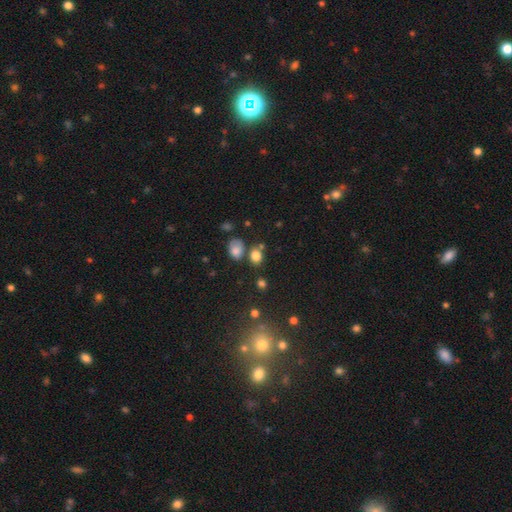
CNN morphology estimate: A smooth galaxy with no disk features (79%) that is in between round and cigar-shaped (51%).

Vote fractions:
- Smooth or featured? smooth: 79% / star or artifact: 14% / featured or disk: 6%
- How rounded? in between: 51% / round: 47% / cigar-shaped: 1%
- Merging? none: 65% / merger: 16% / minor disturbance: 14% / major disturbance: 5%